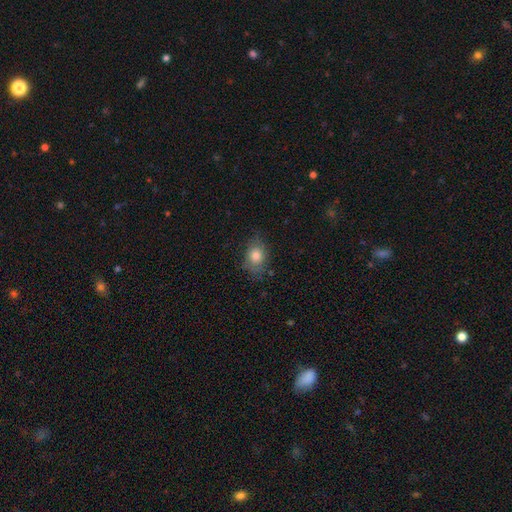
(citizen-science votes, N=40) This appears to be a smooth galaxy with no disk features (80%) that is round (50%, tied with in between). Merging: none (58%).